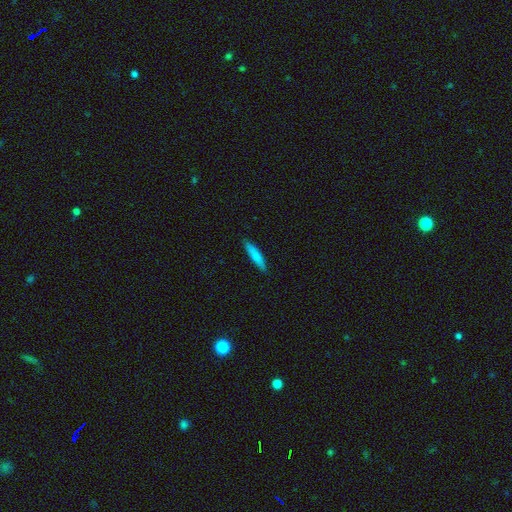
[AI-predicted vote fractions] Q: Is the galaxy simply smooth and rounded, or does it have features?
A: smooth — 79%.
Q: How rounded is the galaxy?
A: cigar-shaped — 89%.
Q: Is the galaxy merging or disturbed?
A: none — 89%.